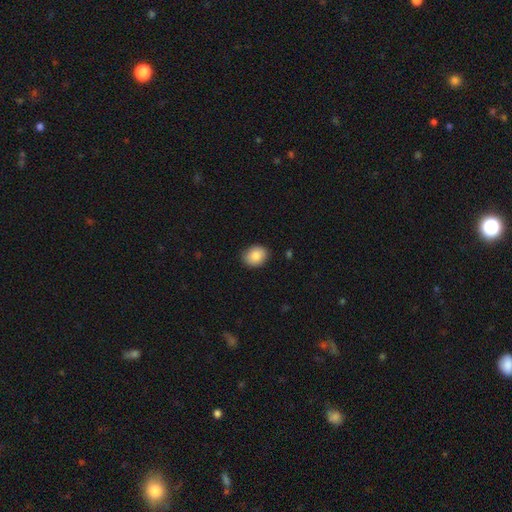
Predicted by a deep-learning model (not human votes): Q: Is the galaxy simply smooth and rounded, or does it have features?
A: smooth — 86%.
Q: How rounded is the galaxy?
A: in between — 53%.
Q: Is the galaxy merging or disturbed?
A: none — 88%.